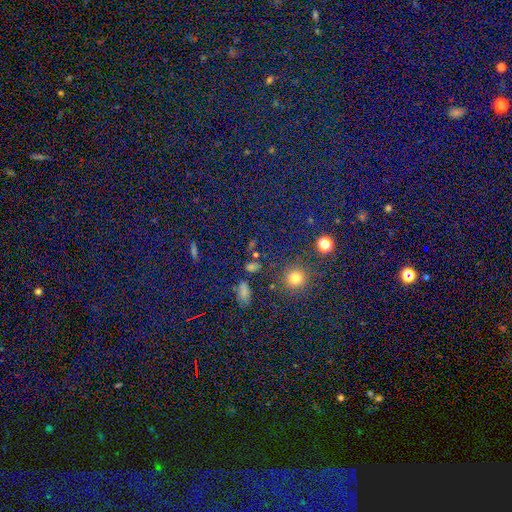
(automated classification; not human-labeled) Smooth or featured? smooth (54%)
How rounded? round (75%)
Merging? none (82%)